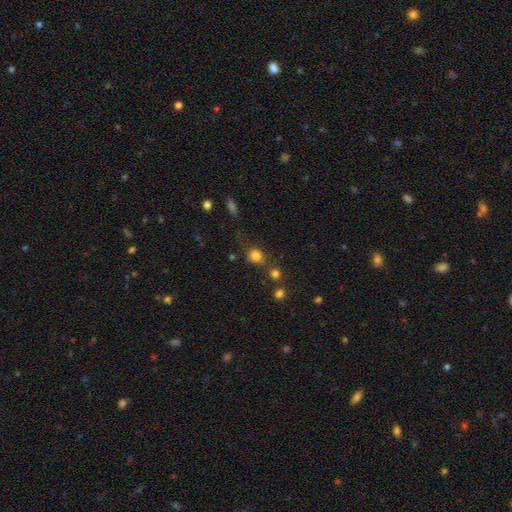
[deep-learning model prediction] A smooth galaxy with no disk features (81%) that is round (76%). Merging: none (60%).